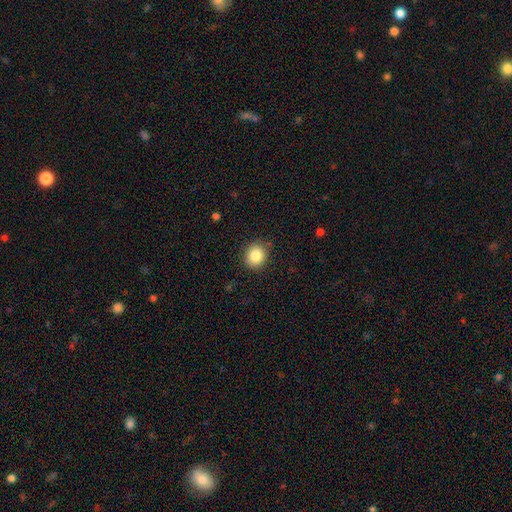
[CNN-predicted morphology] Q: Smooth or featured?
A: smooth (85%); runner-up: star or artifact (9%)
Q: How rounded?
A: round (79%); runner-up: in between (21%)
Q: Merging?
A: none (86%); runner-up: minor disturbance (10%)